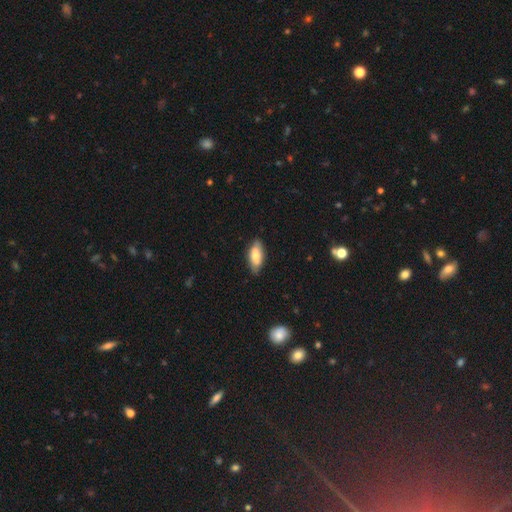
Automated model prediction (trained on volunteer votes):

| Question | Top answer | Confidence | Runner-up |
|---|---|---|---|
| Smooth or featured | smooth | 72% | featured or disk (22%) |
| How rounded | in between | 85% | cigar-shaped (12%) |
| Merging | none | 79% | minor disturbance (18%) |